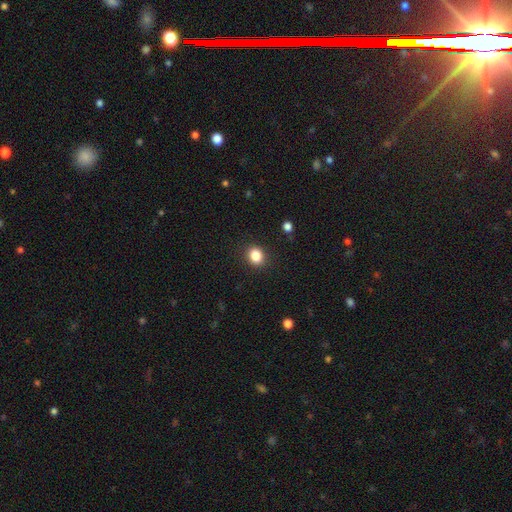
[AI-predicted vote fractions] Overall: smooth (85%). How rounded: round (59%; in between 40%). Merging: none (89%).